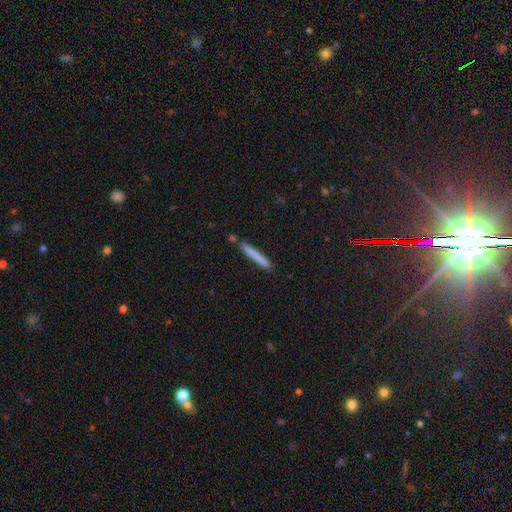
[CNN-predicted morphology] smooth_or_featured: smooth (p=0.76) [alt: featured or disk p=0.17]
how_rounded: cigar-shaped (p=0.96) [alt: in between p=0.03]
merging: none (p=0.81) [alt: minor disturbance p=0.11]